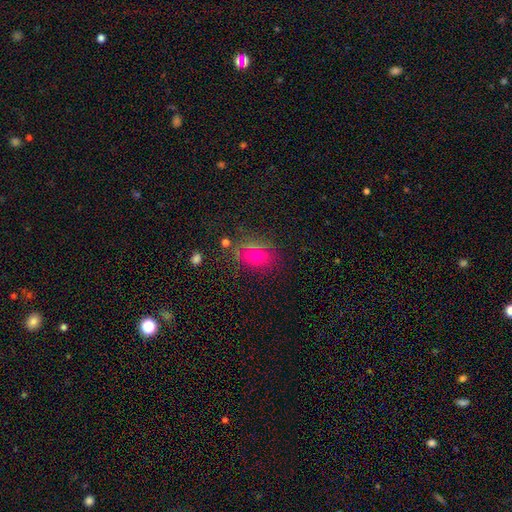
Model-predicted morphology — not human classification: smooth 64%, star or artifact 22%, featured or disk 14%. Down the decision tree: how rounded — in between (64%); merging — none (75%).